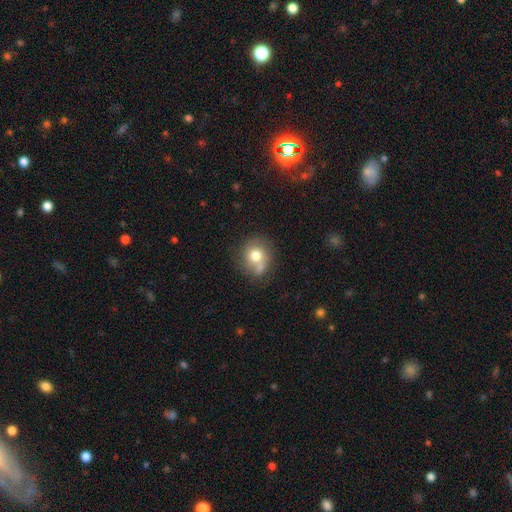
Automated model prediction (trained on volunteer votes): smooth-or-featured: smooth: 70% | featured or disk: 20% | star or artifact: 10%
  how-rounded: round: 80% | in between: 19% | cigar-shaped: 1%
  merging: none: 50% | merger: 22% | minor disturbance: 20% | major disturbance: 8%